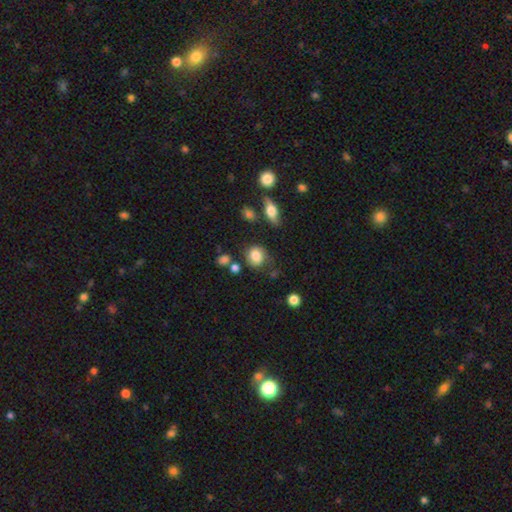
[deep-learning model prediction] Overall: smooth (76%). How rounded: round (70%). Merging: none (65%).